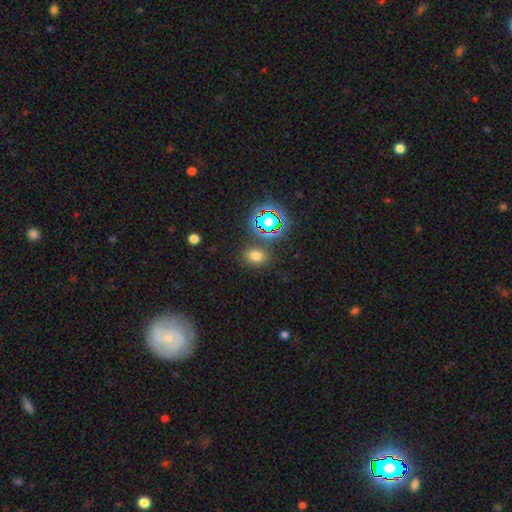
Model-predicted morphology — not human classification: Smooth or featured: smooth — 68% (star or artifact — 25%)
How rounded: in between — 68% (round — 30%)
Merging: none — 82% (minor disturbance — 10%)